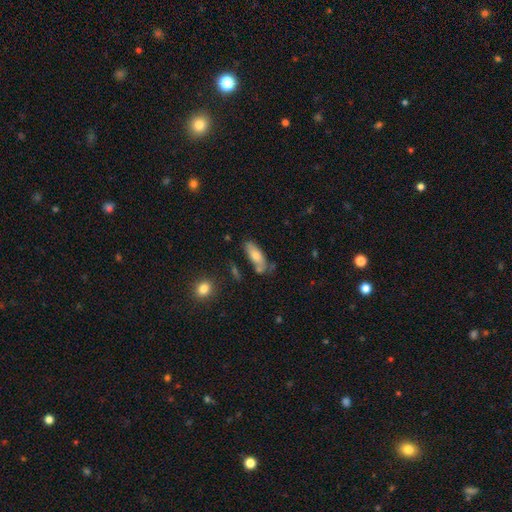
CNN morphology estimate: smooth_or_featured: smooth (p=0.69) [alt: featured or disk p=0.24]
how_rounded: in between (p=0.66) [alt: cigar-shaped p=0.31]
merging: none (p=0.62) [alt: minor disturbance p=0.21]